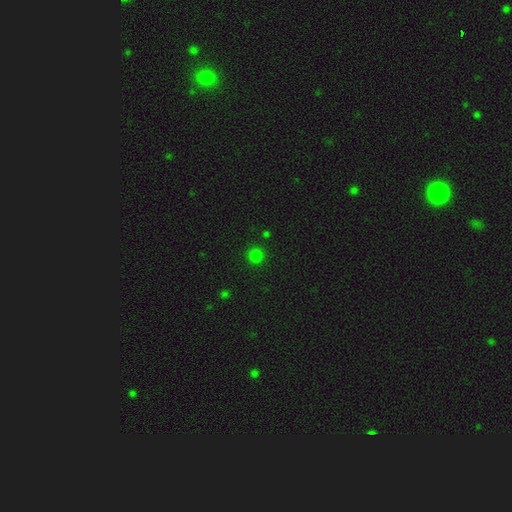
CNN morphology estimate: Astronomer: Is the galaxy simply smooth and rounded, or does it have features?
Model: smooth — 78%.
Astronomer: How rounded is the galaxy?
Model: round — 94%.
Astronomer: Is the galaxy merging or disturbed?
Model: none — 91%.